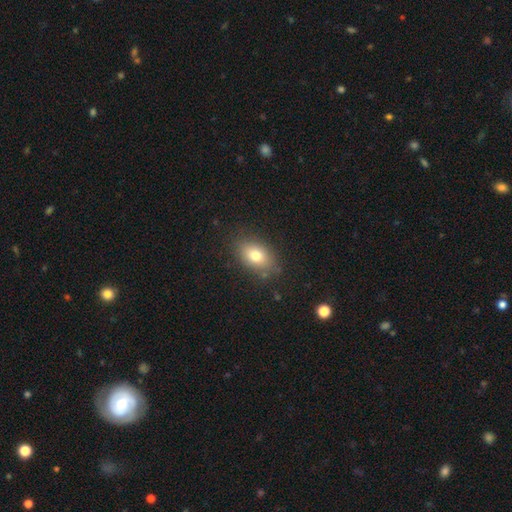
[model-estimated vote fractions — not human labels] Smooth or featured?
  - smooth: 76% *
  - featured or disk: 13%
  - star or artifact: 11%
How rounded?
  - in between: 81% *
  - round: 17%
  - cigar-shaped: 2%
Merging?
  - none: 82% *
  - minor disturbance: 13%
  - major disturbance: 4%
  - merger: 2%